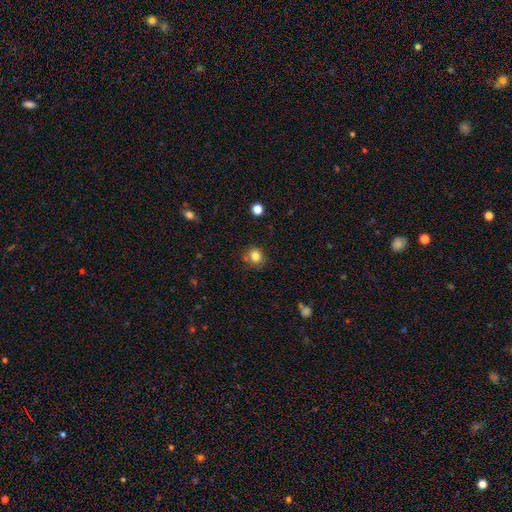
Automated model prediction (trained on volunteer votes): Smooth or featured? Predicted: smooth (p=0.81). How rounded? Predicted: round (p=0.80). Merging? Predicted: none (p=0.75).